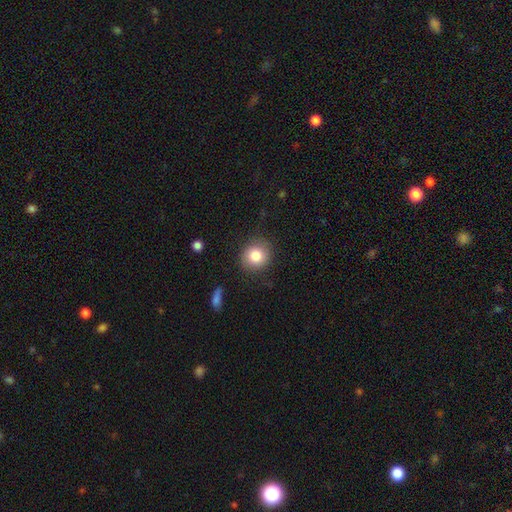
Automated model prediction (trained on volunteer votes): Overall: smooth (82%). How rounded: round (84%). Merging: none (85%).